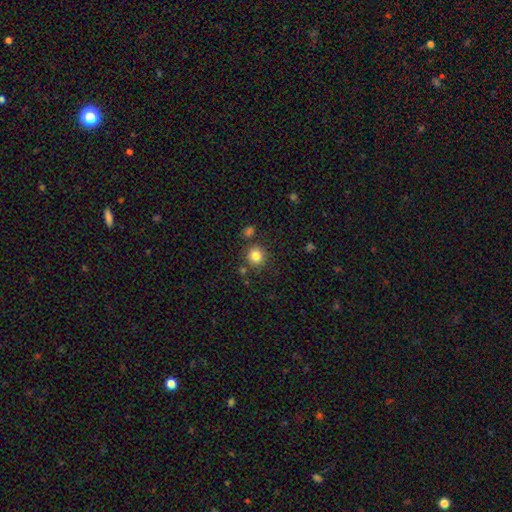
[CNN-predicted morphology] A smooth galaxy with no disk features (83%) that is round (91%).

Vote fractions:
- Smooth or featured? smooth: 83% / star or artifact: 11% / featured or disk: 6%
- How rounded? round: 91% / in between: 8% / cigar-shaped: 1%
- Merging? none: 81% / minor disturbance: 9% / merger: 7% / major disturbance: 3%